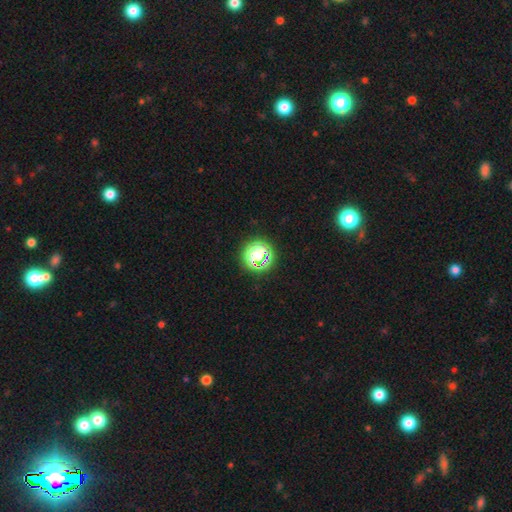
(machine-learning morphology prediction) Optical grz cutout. It shows a smooth galaxy with no disk features (44%, tied with star or artifact). Merging: none (78%).